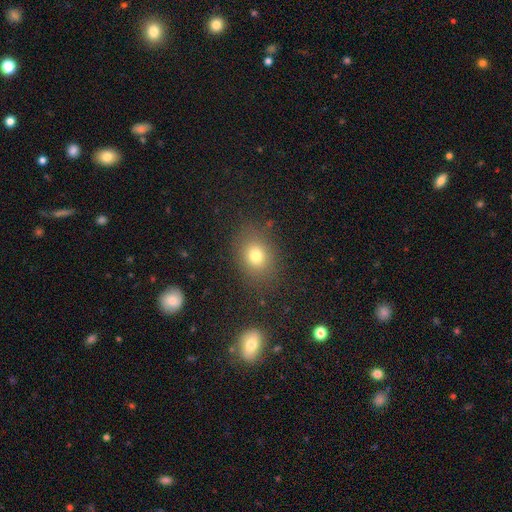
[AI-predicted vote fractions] A smooth galaxy with no disk features (75%) that is in between round and cigar-shaped (49%, tied with round).

Vote fractions:
- Smooth or featured? smooth: 75% / star or artifact: 15% / featured or disk: 10%
- How rounded? in between: 49% (tied) / round: 49% (tied) / cigar-shaped: 1%
- Merging? none: 83% / minor disturbance: 10% / major disturbance: 5% / merger: 2%